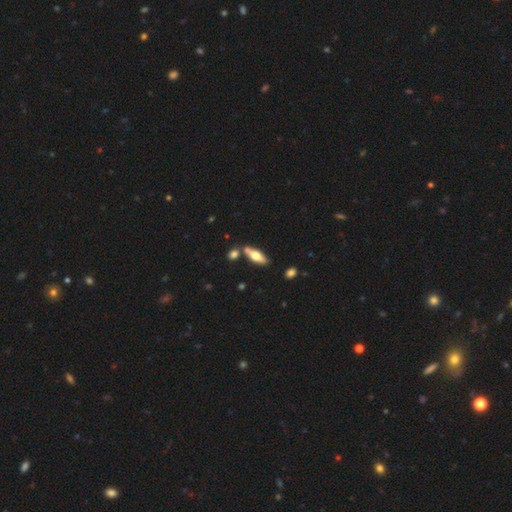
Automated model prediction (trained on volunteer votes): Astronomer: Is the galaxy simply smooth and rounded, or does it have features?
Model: smooth — 55% (runner-up: featured or disk, 39%).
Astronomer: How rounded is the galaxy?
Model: in between — 60% (runner-up: cigar-shaped, 37%).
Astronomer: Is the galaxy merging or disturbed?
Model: none — 69%.